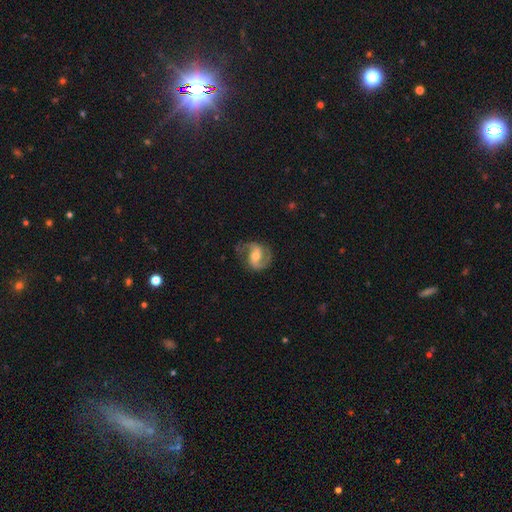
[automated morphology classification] A featured or disk galaxy (84%) with a weak bar (44%), 2 (90%) medium (53%) spiral arms (96%) and a moderate central bulge (64%). Merging: none (73%).